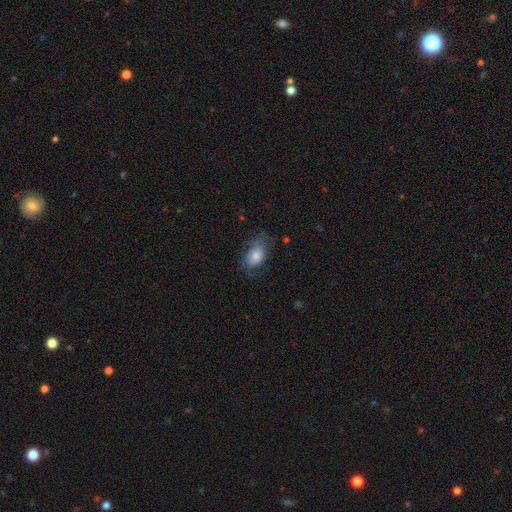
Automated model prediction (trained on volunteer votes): This appears to be a smooth galaxy with no disk features (68%) that is in between round and cigar-shaped (88%). Merging: none (49%).